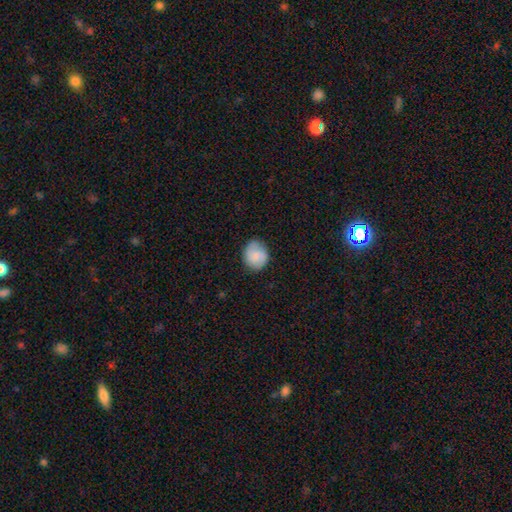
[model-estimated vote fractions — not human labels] smooth 73%, featured or disk 19%, star or artifact 8%. Down the decision tree: how rounded — round (64%); merging — none (77%).